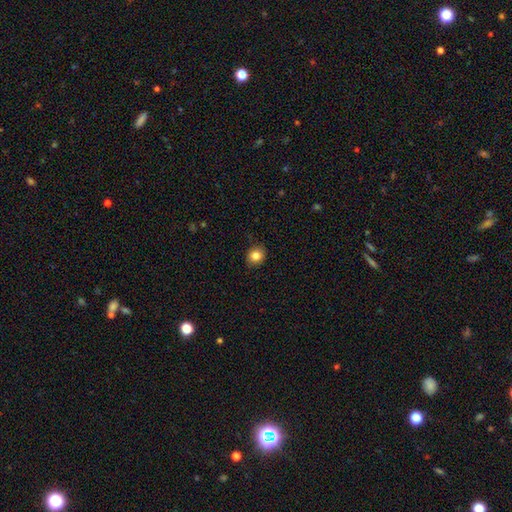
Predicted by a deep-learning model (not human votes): Smooth or featured?
  - smooth: 84% *
  - star or artifact: 10%
  - featured or disk: 5%
How rounded?
  - round: 80% *
  - in between: 19%
  - cigar-shaped: 1%
Merging?
  - none: 88% *
  - minor disturbance: 9%
  - major disturbance: 2%
  - merger: 1%